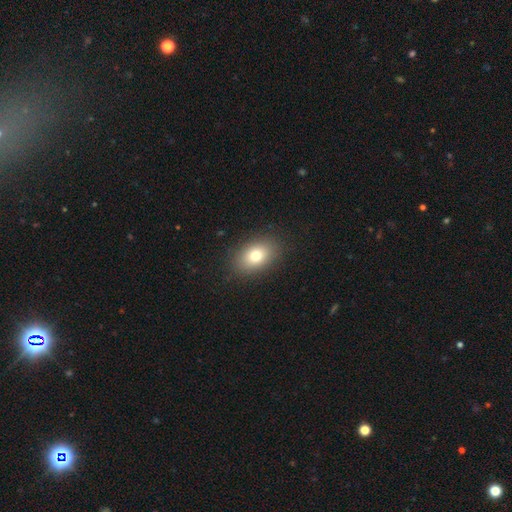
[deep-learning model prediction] A smooth galaxy with no disk features (78%) that is in between round and cigar-shaped (82%). Merging: none (88%).